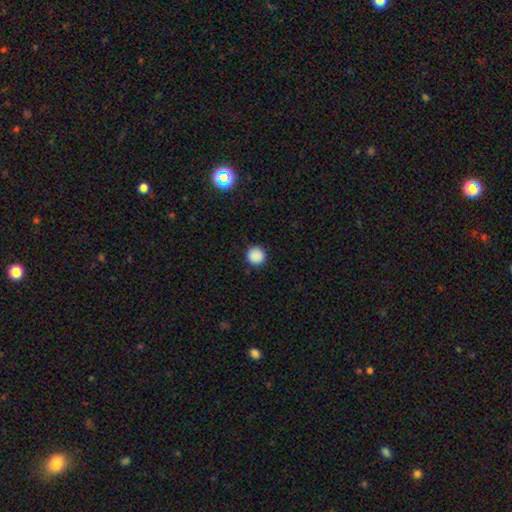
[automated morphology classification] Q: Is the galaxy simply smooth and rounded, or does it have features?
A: smooth — 88%.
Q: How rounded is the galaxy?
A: round — 95%.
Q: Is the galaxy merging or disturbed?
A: none — 91%.